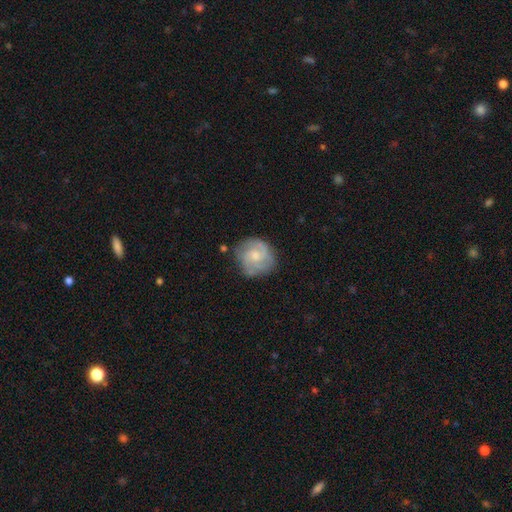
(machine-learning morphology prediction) Smooth or featured? featured or disk (78%)
Edge-on disk? no (98%)
Bar? no (60%)
Spiral arms? yes (96%)
Spiral winding? tight (49%)
Spiral arm count? 2 (47%)
Bulge size? small (44%)
Merging? none (75%)